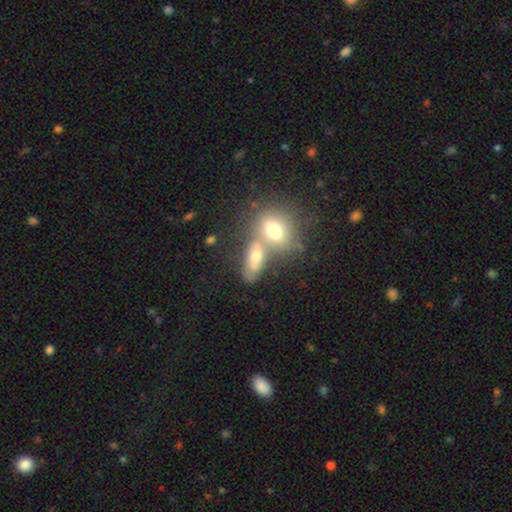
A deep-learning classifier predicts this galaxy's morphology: The model was most divided on "merging": merger: 55%, none: 32%, minor disturbance: 9%, major disturbance: 5%. More confident: how rounded — in between (71%); smooth or featured — smooth (59%).